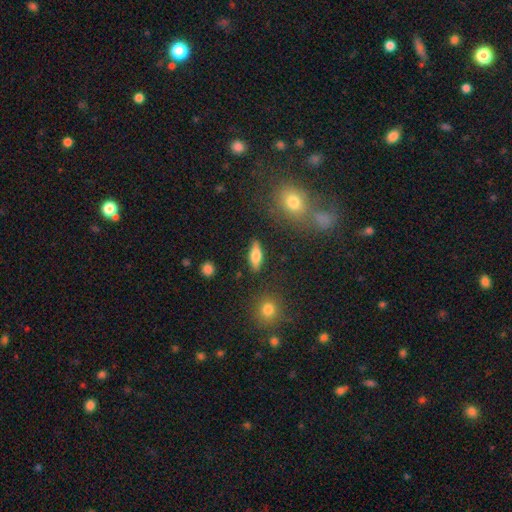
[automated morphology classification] Smooth or featured?
  - smooth: 67% *
  - featured or disk: 26%
  - star or artifact: 8%
How rounded?
  - in between: 66% *
  - cigar-shaped: 30%
  - round: 4%
Merging?
  - none: 85% *
  - minor disturbance: 10%
  - major disturbance: 3%
  - merger: 2%